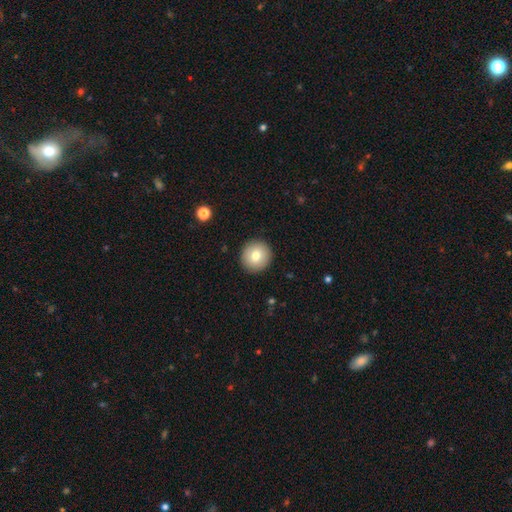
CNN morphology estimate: The model was most divided on "smooth or featured": smooth: 77%, featured or disk: 14%, star or artifact: 8%. More confident: how rounded — round (95%); merging — none (92%).